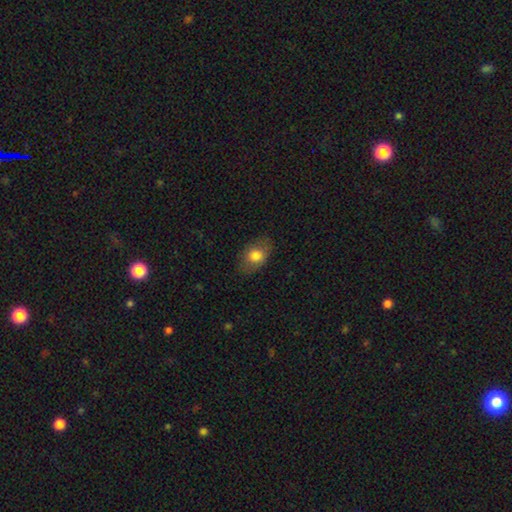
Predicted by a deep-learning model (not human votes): A smooth galaxy with no disk features (76%) that is in between round and cigar-shaped (79%).

Vote fractions:
- Smooth or featured? smooth: 76% / featured or disk: 16% / star or artifact: 8%
- How rounded? in between: 79% / round: 19% / cigar-shaped: 2%
- Merging? none: 78% / minor disturbance: 16% / major disturbance: 5% / merger: 1%